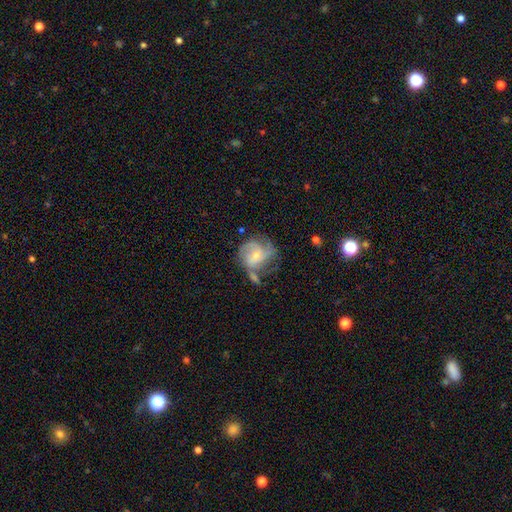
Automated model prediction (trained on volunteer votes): The model was most divided on "spiral winding": medium: 45%, tight: 38%, loose: 17%. Remaining: edge-on disk — no (98%); spiral arms — yes (91%); smooth or featured — featured or disk (74%); bulge size — small (61%); bar — no (56%); merging — none (43%); spiral arm count — 3 (36%).